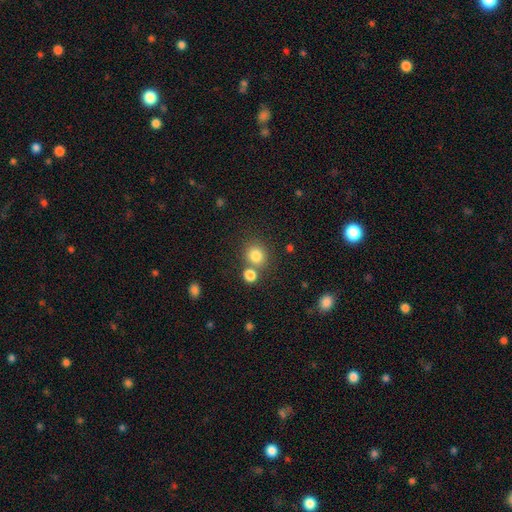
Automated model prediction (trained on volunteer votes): Smooth or featured? smooth (81%)
How rounded? round (84%)
Merging? none (65%)